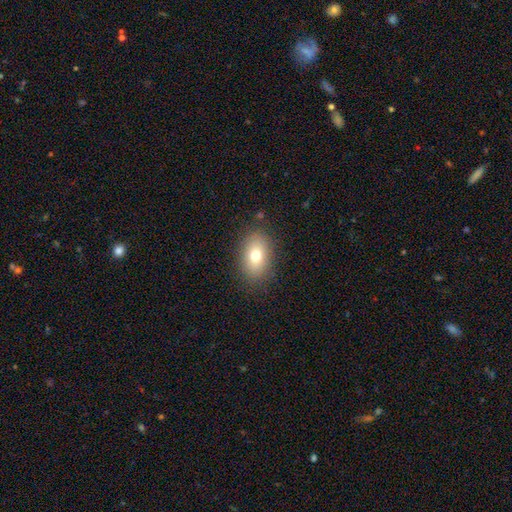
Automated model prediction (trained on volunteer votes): This appears to be a smooth galaxy with no disk features (75%) that is in between round and cigar-shaped (83%). Merging: none (85%).